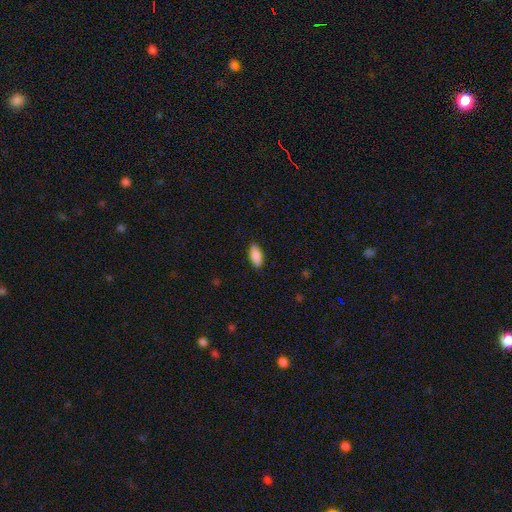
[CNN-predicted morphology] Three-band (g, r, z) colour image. It shows a smooth galaxy with no disk features (90%) that is in between round and cigar-shaped (85%). Merging: none (88%).